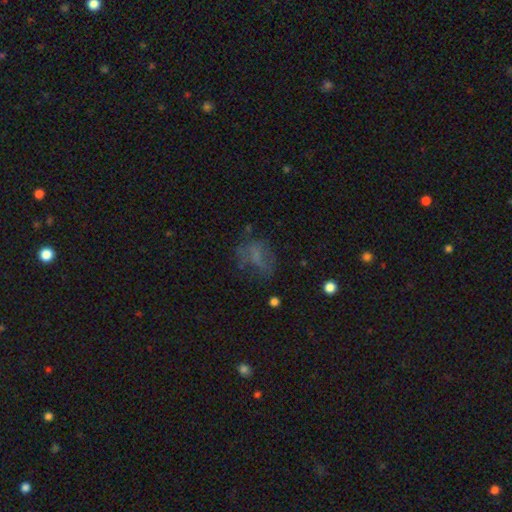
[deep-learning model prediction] Morphology: type=smooth (46%); merging=none (48%).